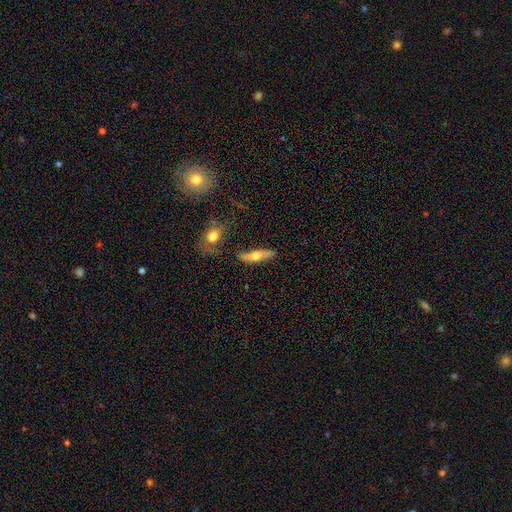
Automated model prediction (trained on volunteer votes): This is possibly a smooth galaxy (51%). How rounded: likely cigar-shaped (66%). Merging: likely none (77%).